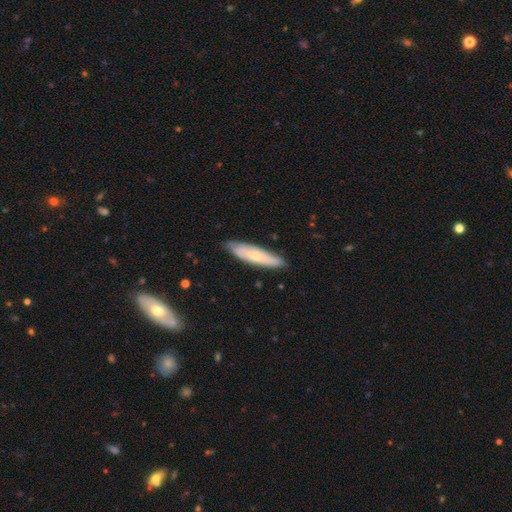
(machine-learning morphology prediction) Smooth or featured: smooth — 51% (featured or disk — 43%)
How rounded: cigar-shaped — 74% (in between — 24%)
Merging: none — 82% (minor disturbance — 14%)